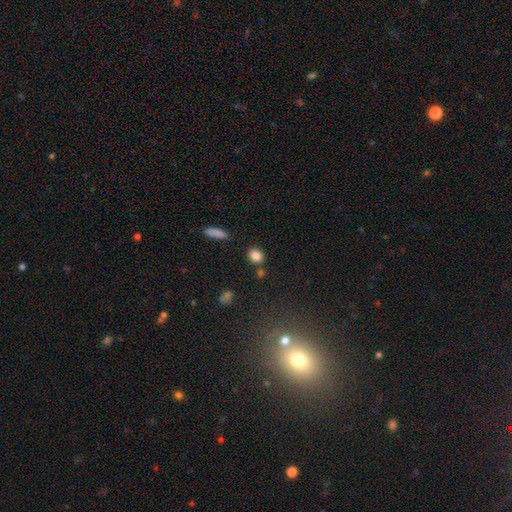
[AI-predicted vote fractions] The model was most divided on "how rounded": round: 67%, in between: 31%, cigar-shaped: 2%. More confident: smooth or featured — smooth (84%); merging — none (76%).